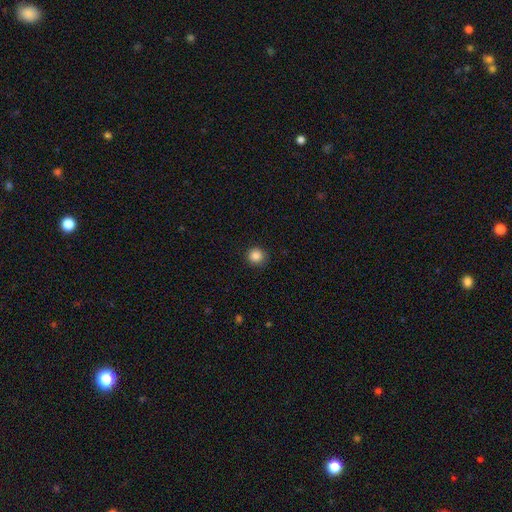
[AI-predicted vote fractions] A smooth galaxy with no disk features (86%) that is round (94%).

Vote fractions:
- Smooth or featured? smooth: 86% / star or artifact: 11% / featured or disk: 3%
- How rounded? round: 94% / in between: 5% / cigar-shaped: 1%
- Merging? none: 90% / minor disturbance: 7% / major disturbance: 2% / merger: 1%